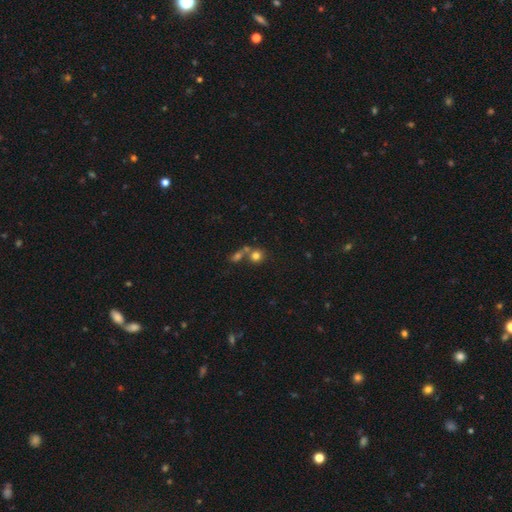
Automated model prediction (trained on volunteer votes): Smooth or featured? Predicted: smooth (p=0.76). How rounded? Predicted: round (p=0.85). Merging? Predicted: none (p=0.48).